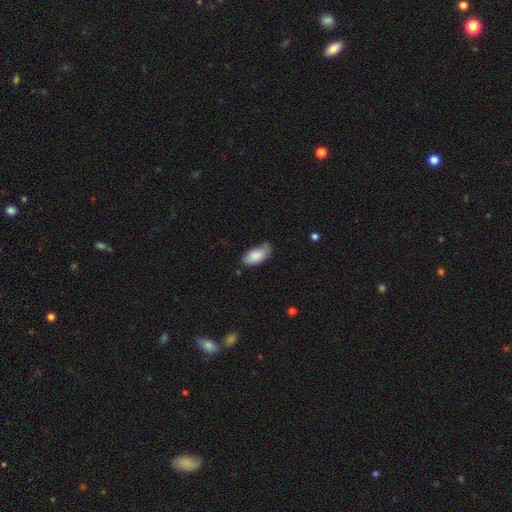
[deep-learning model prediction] This is clearly a smooth galaxy (84%). How rounded: clearly in between (92%). Merging: possibly none (54%).